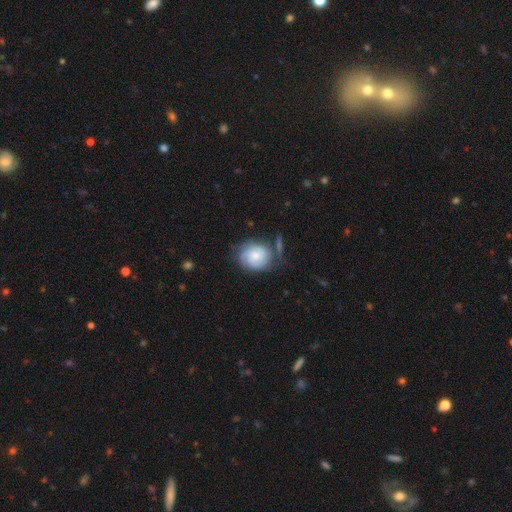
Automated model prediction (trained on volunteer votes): Q: Smooth or featured?
A: featured or disk (58%); runner-up: smooth (34%)
Q: Edge-on disk?
A: no (97%); runner-up: yes (3%)
Q: Bar?
A: no (72%); runner-up: weak (24%)
Q: Spiral arms?
A: yes (89%); runner-up: no (11%)
Q: Spiral winding?
A: tight (59%); runner-up: medium (31%)
Q: Spiral arm count?
A: can't tell (33%); runner-up: 2 (29%)
Q: Bulge size?
A: small (50%); runner-up: moderate (41%)
Q: Merging?
A: none (59%); runner-up: minor disturbance (22%)